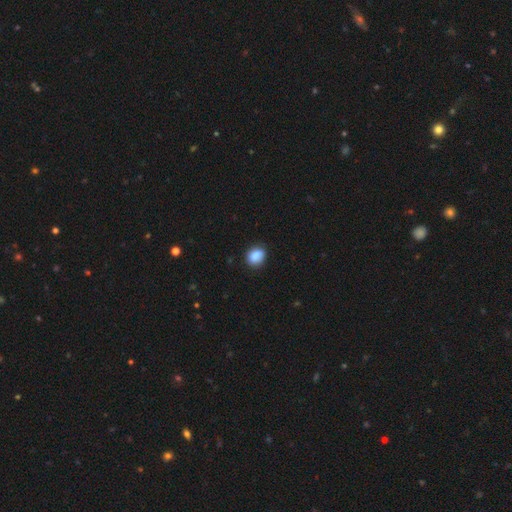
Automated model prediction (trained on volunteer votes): Smooth or featured? Predicted: smooth (p=0.86). How rounded? Predicted: round (p=0.50). Merging? Predicted: none (p=0.79).